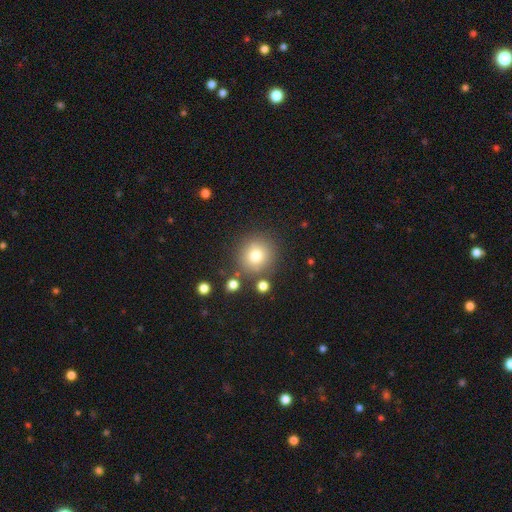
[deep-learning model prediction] smooth 78%, star or artifact 12%, featured or disk 10%. Down the decision tree: how rounded — round (92%); merging — none (82%).